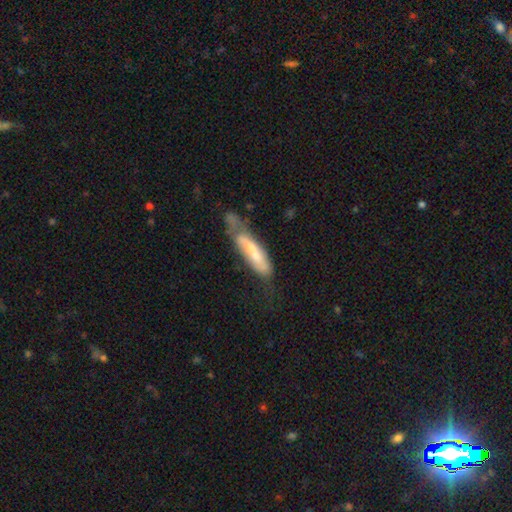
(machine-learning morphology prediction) type=featured or disk (51%); edge-on=no (65%); merging=none (35%).